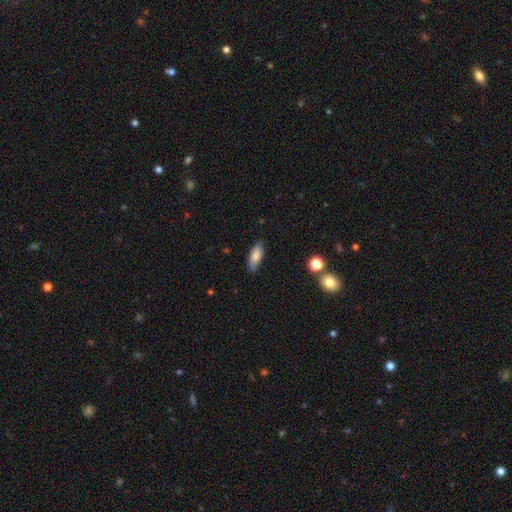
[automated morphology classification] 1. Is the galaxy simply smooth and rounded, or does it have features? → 82% smooth, 11% featured or disk, 7% star or artifact.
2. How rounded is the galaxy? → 71% in between, 27% cigar-shaped, 2% round.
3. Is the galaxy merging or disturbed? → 84% none, 13% minor disturbance, 2% major disturbance, 1% merger.